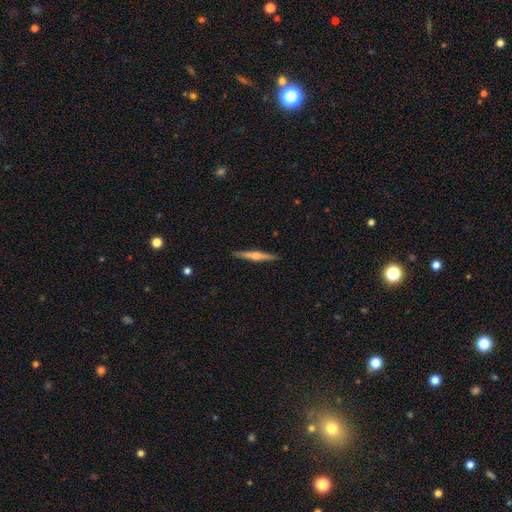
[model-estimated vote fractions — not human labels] Smooth or featured? featured or disk (62%)
Edge-on disk? yes (98%)
Edge-on bulge? rounded (86%)
Merging? none (92%)